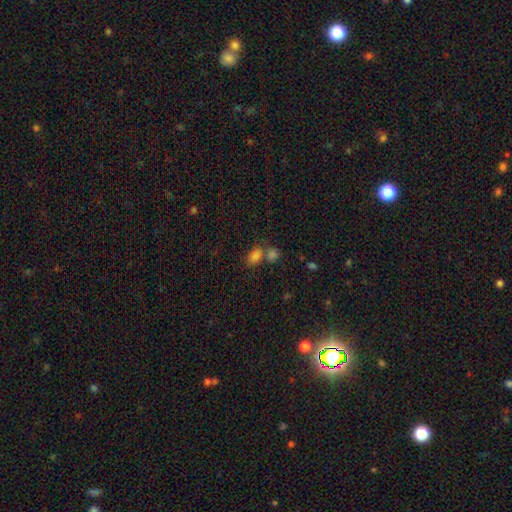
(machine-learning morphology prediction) Smooth or featured? smooth (79%)
How rounded? in between (81%)
Merging? none (45%)